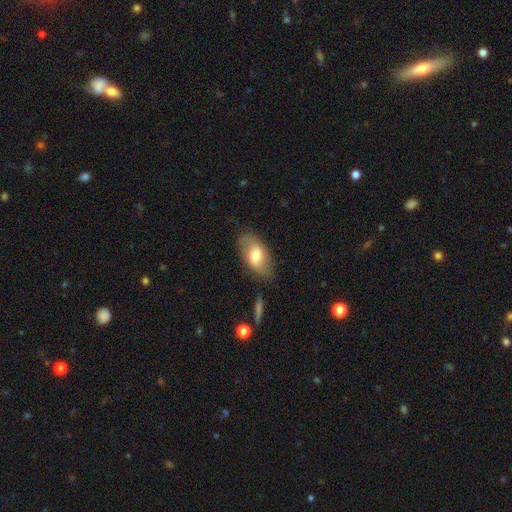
smooth-or-featured: smooth: 56% | featured or disk: 33% | star or artifact: 10%
  how-rounded: in between: 100% | round: 0% | cigar-shaped: 0%
  merging: none: 74% | minor disturbance: 23% | major disturbance: 3% | merger: 0%